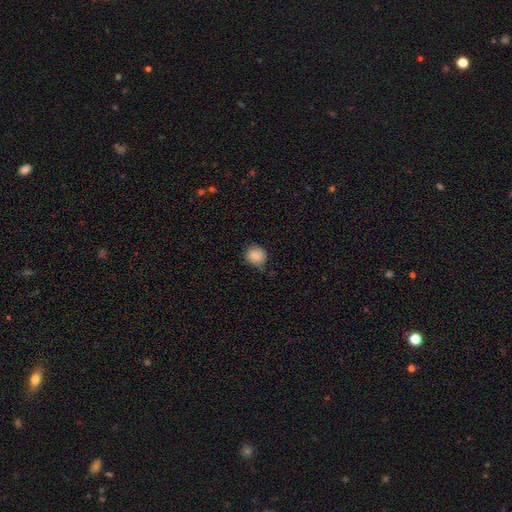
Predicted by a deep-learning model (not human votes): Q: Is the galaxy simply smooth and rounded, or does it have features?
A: smooth — 86%.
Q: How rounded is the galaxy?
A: round — 80%.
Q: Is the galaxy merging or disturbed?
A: none — 76%.